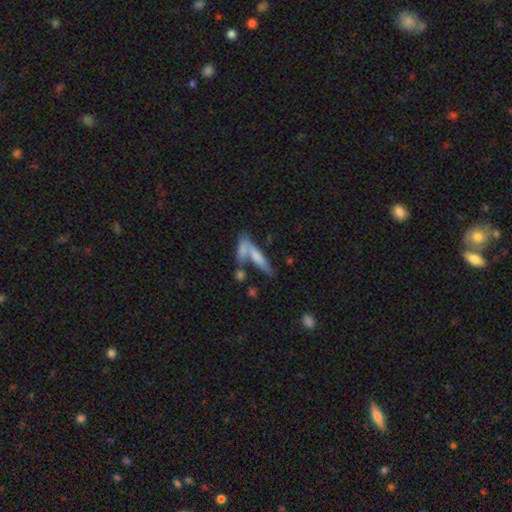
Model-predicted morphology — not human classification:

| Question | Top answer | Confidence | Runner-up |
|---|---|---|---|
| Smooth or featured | smooth | 65% | featured or disk (27%) |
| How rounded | cigar-shaped | 73% | in between (24%) |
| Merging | none | 43% | merger (38%) |